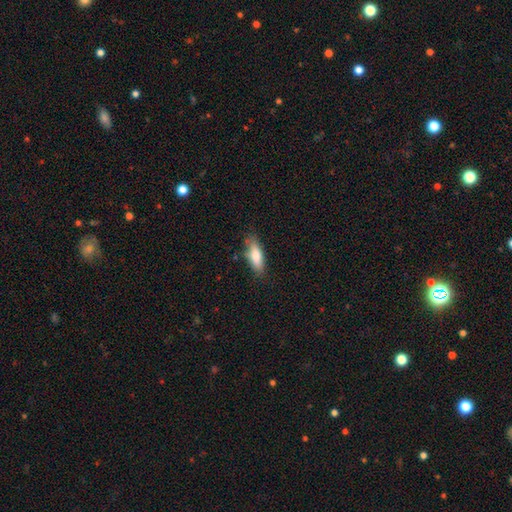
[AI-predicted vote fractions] Q: Smooth or featured?
A: smooth (79%); runner-up: featured or disk (15%)
Q: How rounded?
A: in between (59%); runner-up: cigar-shaped (39%)
Q: Merging?
A: none (76%); runner-up: minor disturbance (18%)